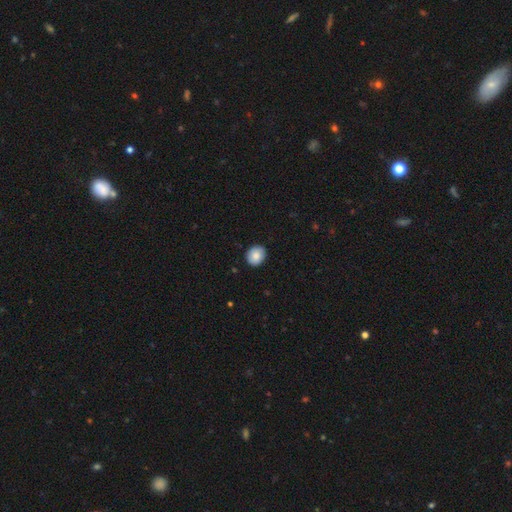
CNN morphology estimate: Smooth or featured? Predicted: smooth (p=0.85). How rounded? Predicted: round (p=0.71). Merging? Predicted: none (p=0.88).